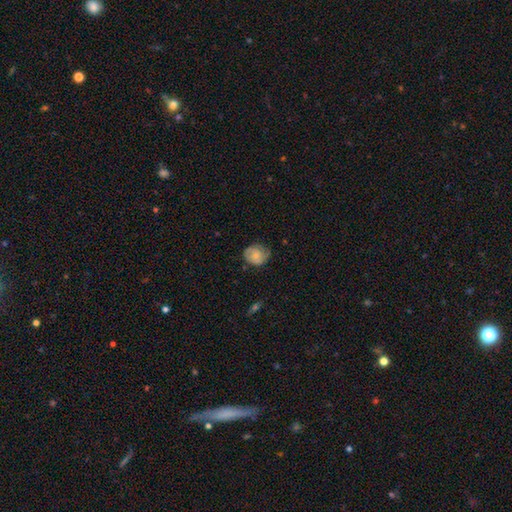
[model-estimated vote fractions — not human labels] Morphology: type=smooth (49%); merging=none (68%).